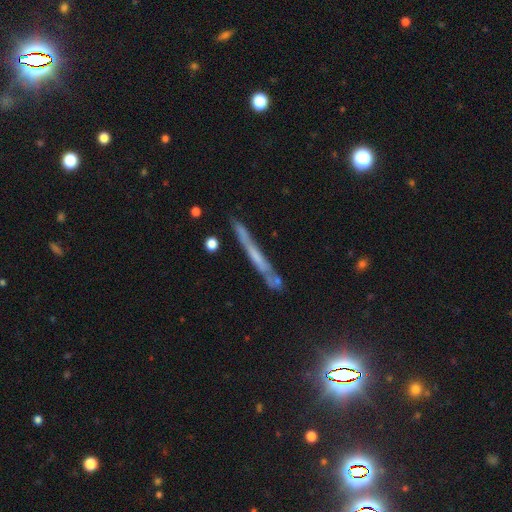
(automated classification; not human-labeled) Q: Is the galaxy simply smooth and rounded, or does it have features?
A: featured or disk — 53%.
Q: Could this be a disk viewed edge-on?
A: yes — 92%.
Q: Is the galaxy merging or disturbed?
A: none — 77%.